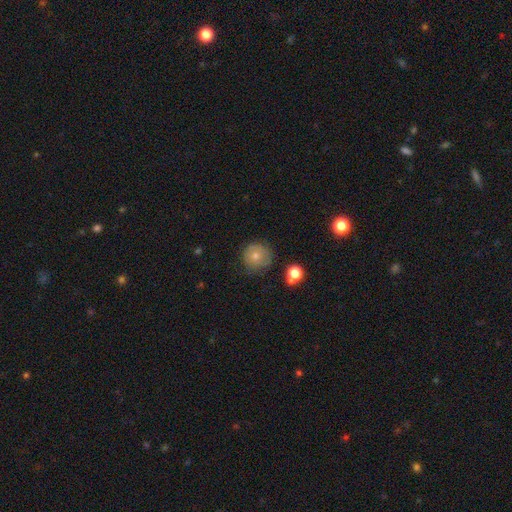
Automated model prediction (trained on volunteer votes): smooth-or-featured: smooth: 69% | featured or disk: 20% | star or artifact: 11%
  how-rounded: round: 94% | in between: 5% | cigar-shaped: 1%
  merging: none: 76% | minor disturbance: 17% | major disturbance: 4% | merger: 2%